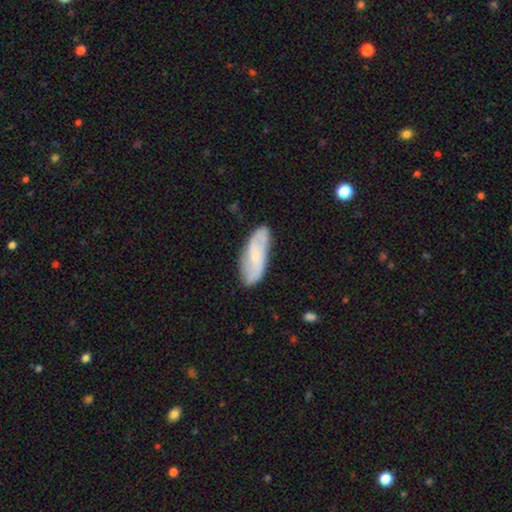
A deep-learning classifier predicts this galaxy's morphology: A featured or disk galaxy (47%, tied with smooth).

Vote fractions:
- Smooth or featured? featured or disk: 47% (tied) / smooth: 47% (tied) / star or artifact: 7%
- Merging? none: 80% / minor disturbance: 15% / major disturbance: 3% / merger: 2%